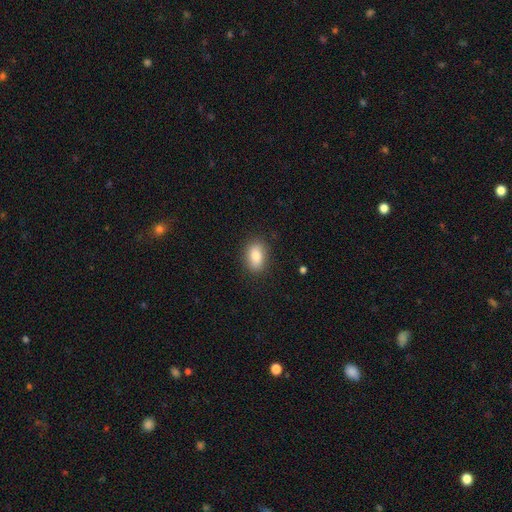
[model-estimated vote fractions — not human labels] Smooth or featured? smooth (85%)
How rounded? in between (84%)
Merging? none (86%)